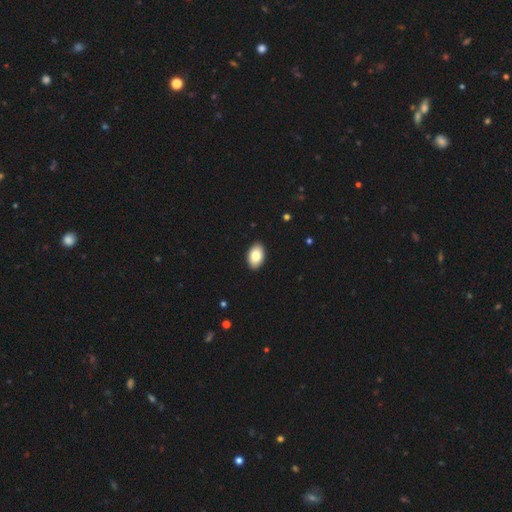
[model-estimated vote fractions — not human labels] smooth_or_featured: smooth (p=0.85) [alt: featured or disk p=0.09]
how_rounded: in between (p=0.93) [alt: round p=0.06]
merging: none (p=0.90) [alt: minor disturbance p=0.07]